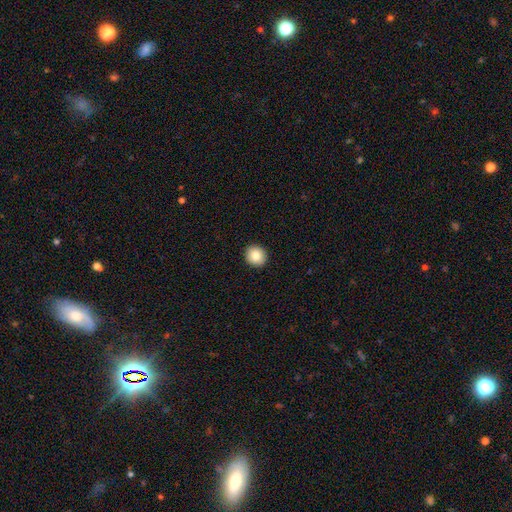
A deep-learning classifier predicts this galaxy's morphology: smooth_or_featured: smooth (p=0.84) [alt: star or artifact p=0.08]
how_rounded: round (p=0.86) [alt: in between p=0.13]
merging: none (p=0.92) [alt: minor disturbance p=0.05]